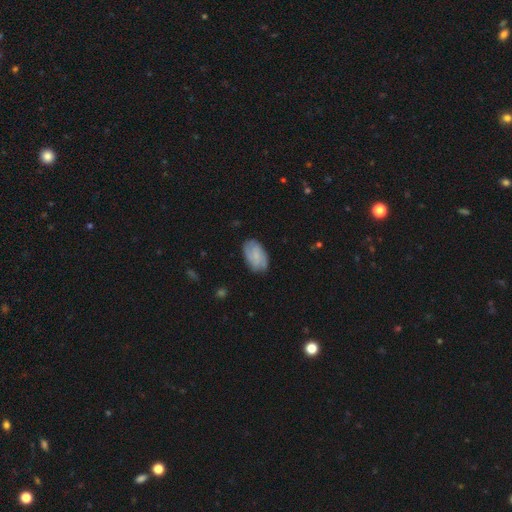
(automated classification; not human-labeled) Smooth or featured: smooth — 58% (featured or disk — 35%)
How rounded: in between — 93% (round — 5%)
Merging: none — 75% (minor disturbance — 20%)